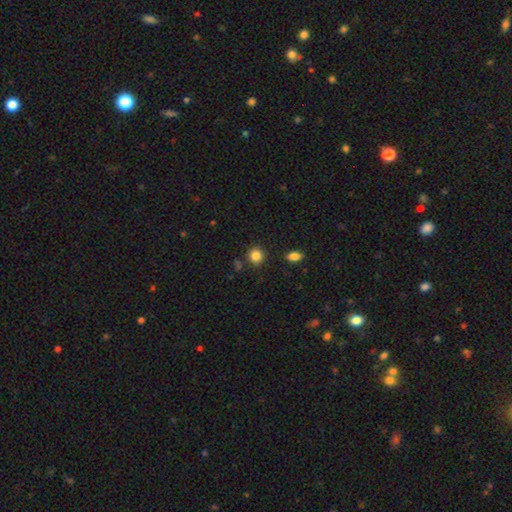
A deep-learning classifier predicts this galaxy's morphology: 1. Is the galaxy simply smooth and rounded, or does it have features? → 85% smooth, 10% star or artifact, 4% featured or disk.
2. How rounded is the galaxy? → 88% round, 11% in between, 1% cigar-shaped.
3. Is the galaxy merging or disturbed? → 87% none, 8% minor disturbance, 3% merger, 2% major disturbance.